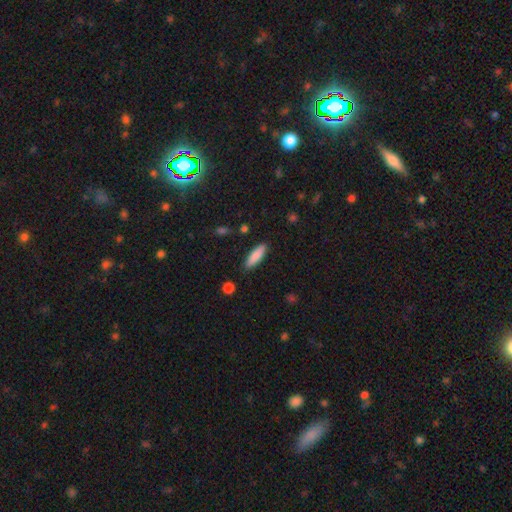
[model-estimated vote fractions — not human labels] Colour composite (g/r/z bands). It shows a smooth galaxy with no disk features (84%) that is cigar-shaped (56%). Merging: none (86%).